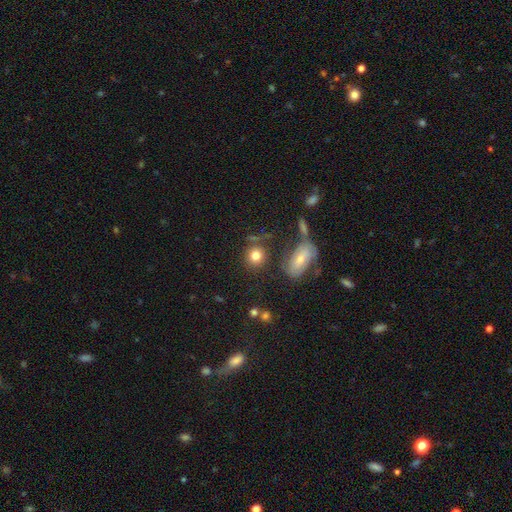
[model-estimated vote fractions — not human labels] The model was most divided on "merging": none: 70%, minor disturbance: 12%, merger: 12%, major disturbance: 6%. More confident: how rounded — round (80%); smooth or featured — smooth (78%).